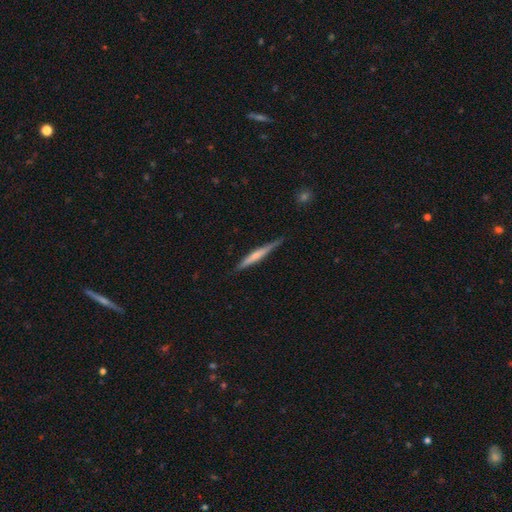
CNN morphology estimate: A featured or disk galaxy (49%).

Vote fractions:
- Smooth or featured? featured or disk: 49% / smooth: 46% / star or artifact: 6%
- Merging? none: 84% / minor disturbance: 13% / major disturbance: 2% / merger: 1%